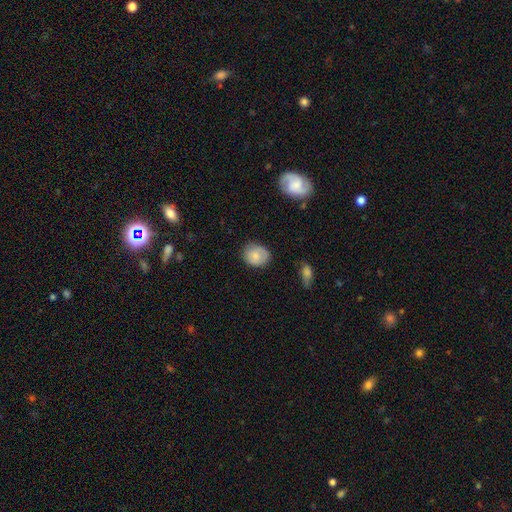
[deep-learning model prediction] Q: Smooth or featured?
A: smooth (78%); runner-up: featured or disk (15%)
Q: How rounded?
A: round (63%); runner-up: in between (36%)
Q: Merging?
A: none (75%); runner-up: minor disturbance (19%)